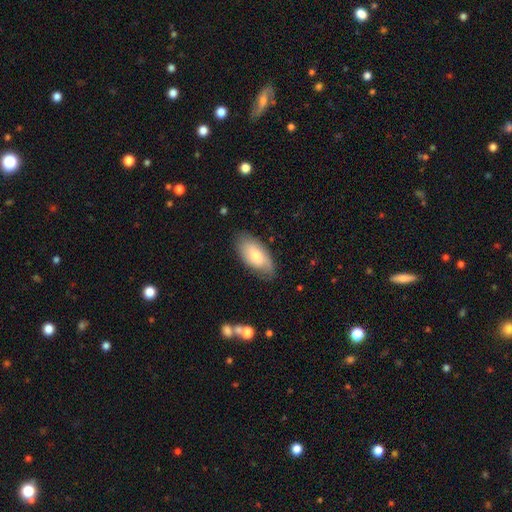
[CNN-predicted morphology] This appears to be a smooth galaxy with no disk features (63%) that is in between round and cigar-shaped (93%). Merging: none (75%).